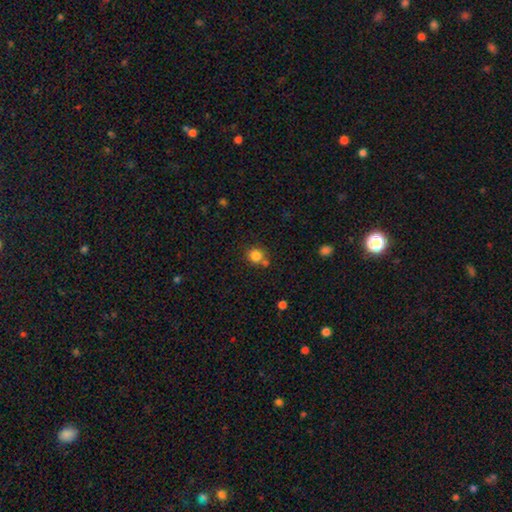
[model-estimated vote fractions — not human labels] Morphology: type=smooth (82%); roundness=round (86%); merging=none (63%).